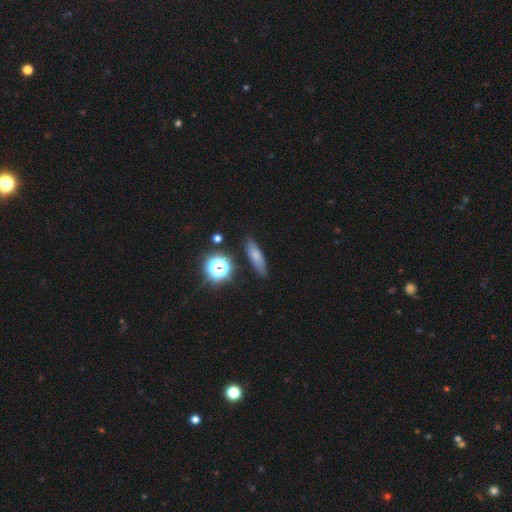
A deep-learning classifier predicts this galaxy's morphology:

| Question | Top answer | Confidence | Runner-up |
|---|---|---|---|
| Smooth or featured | smooth | 67% | featured or disk (17%) |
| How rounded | cigar-shaped | 49% | in between (40%) |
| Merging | none | 79% | minor disturbance (15%) |